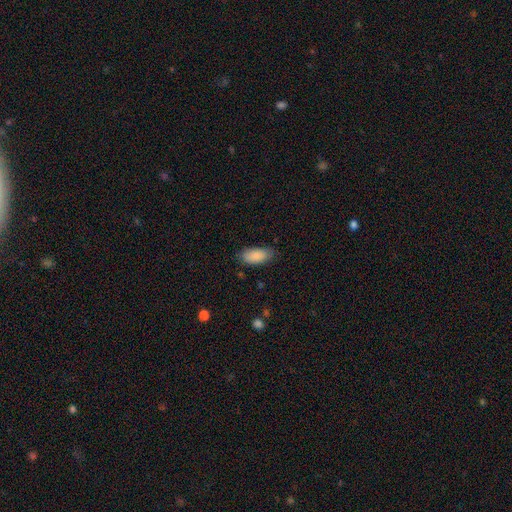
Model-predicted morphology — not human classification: smooth 89%, star or artifact 6%, featured or disk 5%. Down the decision tree: how rounded — in between (90%); merging — none (80%).